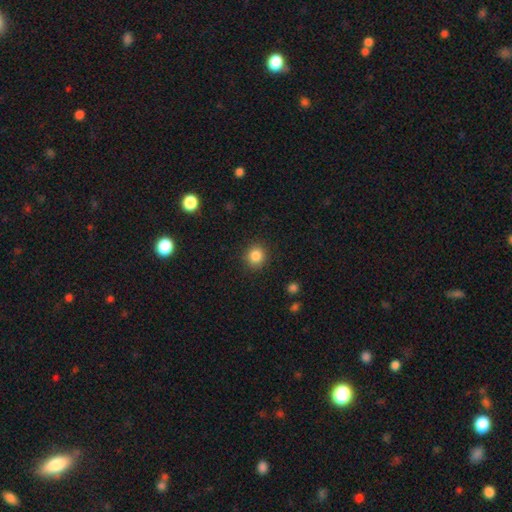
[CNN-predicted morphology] This is clearly a smooth galaxy (85%). How rounded: clearly round (87%). Merging: clearly none (90%).